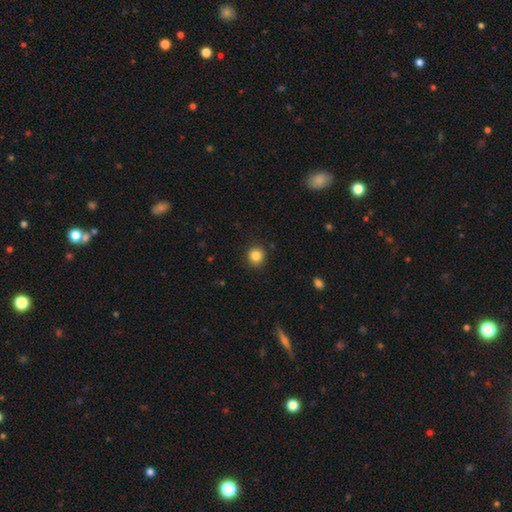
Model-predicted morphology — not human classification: Overall: smooth (84%). How rounded: round (89%). Merging: none (91%).